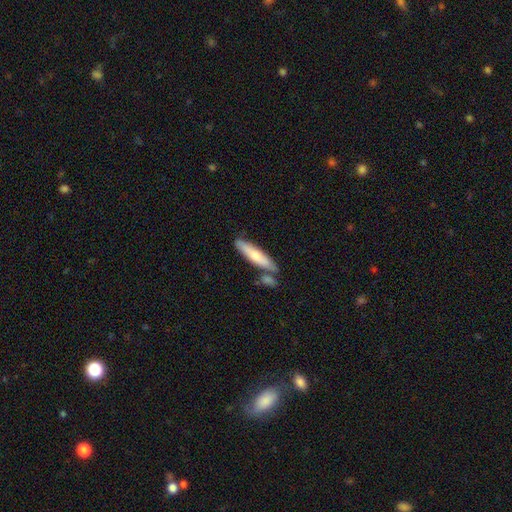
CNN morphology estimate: A smooth galaxy with no disk features (64%) that is cigar-shaped (81%).

Vote fractions:
- Smooth or featured? smooth: 64% / featured or disk: 31% / star or artifact: 5%
- How rounded? cigar-shaped: 81% / in between: 17% / round: 2%
- Merging? none: 65% / merger: 17% / minor disturbance: 14% / major disturbance: 4%